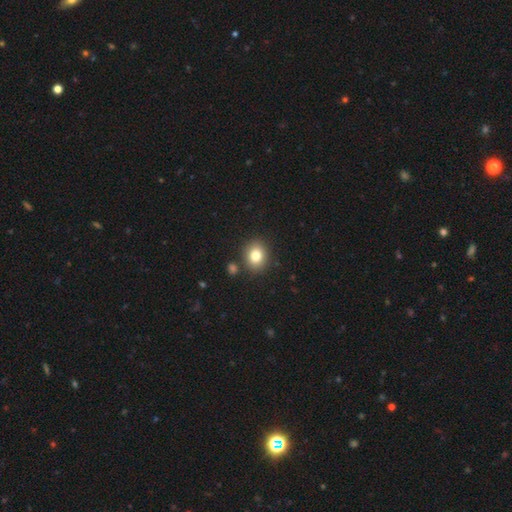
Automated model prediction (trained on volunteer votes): smooth_or_featured: smooth (p=0.81) [alt: star or artifact p=0.11]
how_rounded: round (p=0.60) [alt: in between p=0.39]
merging: none (p=0.84) [alt: minor disturbance p=0.09]